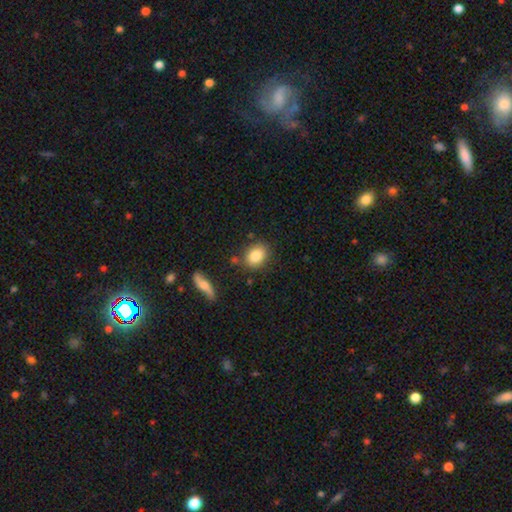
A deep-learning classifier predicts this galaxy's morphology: Overall: smooth (83%). How rounded: in between (56%; round 42%). Merging: none (80%).